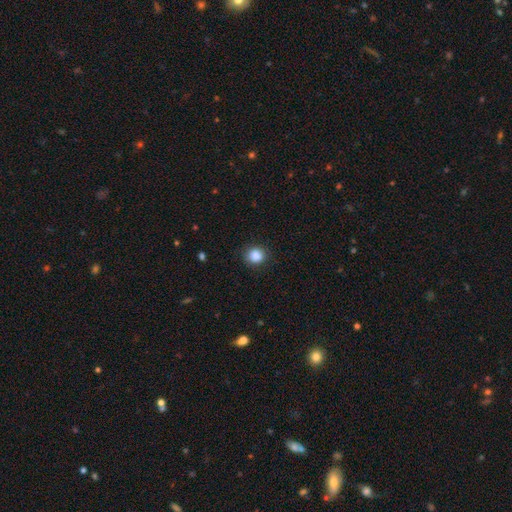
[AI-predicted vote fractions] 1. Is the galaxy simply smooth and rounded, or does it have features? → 87% smooth, 10% star or artifact, 3% featured or disk.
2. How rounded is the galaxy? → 82% round, 17% in between, 1% cigar-shaped.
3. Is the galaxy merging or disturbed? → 86% none, 10% minor disturbance, 3% major disturbance, 1% merger.